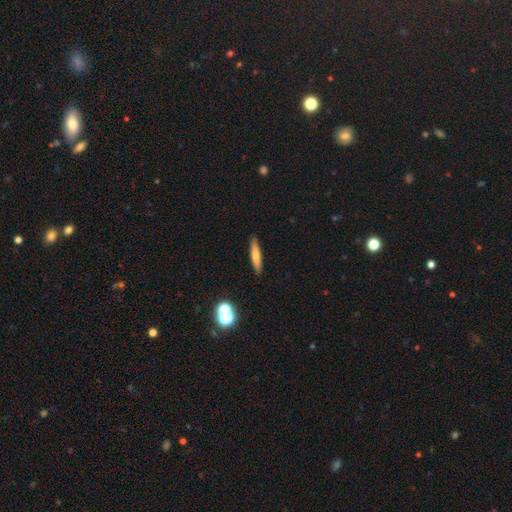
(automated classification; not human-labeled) Overall: smooth (68%). How rounded: cigar-shaped (87%). Merging: none (89%).